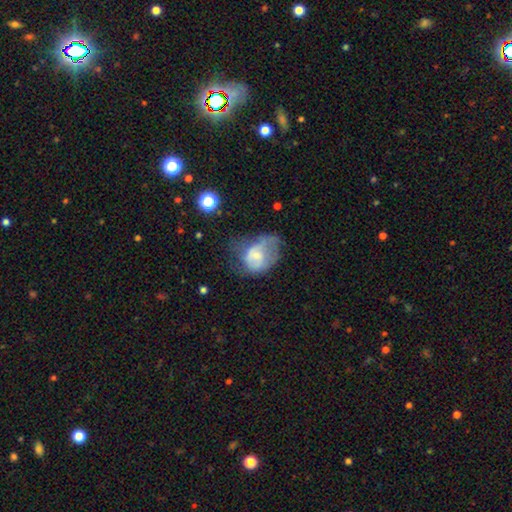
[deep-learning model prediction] Smooth or featured?
  - smooth: 50% *
  - featured or disk: 40%
  - star or artifact: 10%
Merging?
  - major disturbance: 45% *
  - minor disturbance: 28%
  - none: 23%
  - merger: 4%